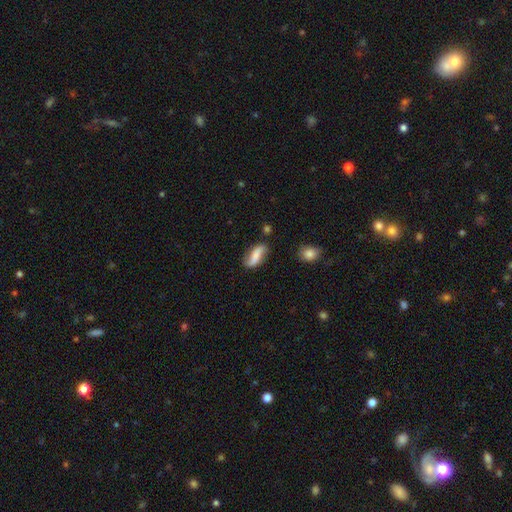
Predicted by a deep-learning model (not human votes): A smooth galaxy with no disk features (48%).

Vote fractions:
- Smooth or featured? smooth: 48% / featured or disk: 44% / star or artifact: 8%
- Merging? none: 72% / minor disturbance: 19% / major disturbance: 5% / merger: 3%